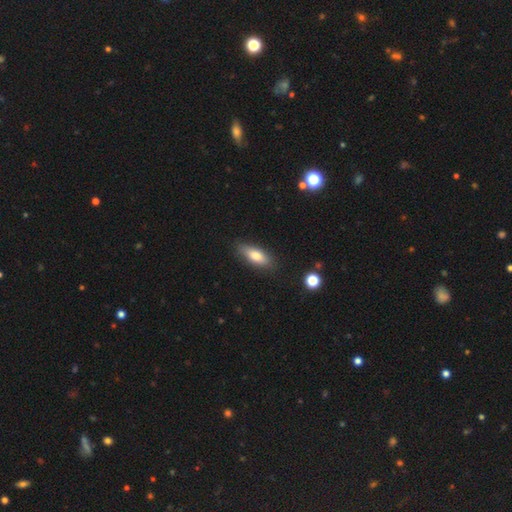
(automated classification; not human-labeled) Morphology: type=smooth (76%); roundness=in between (67%); merging=none (84%).